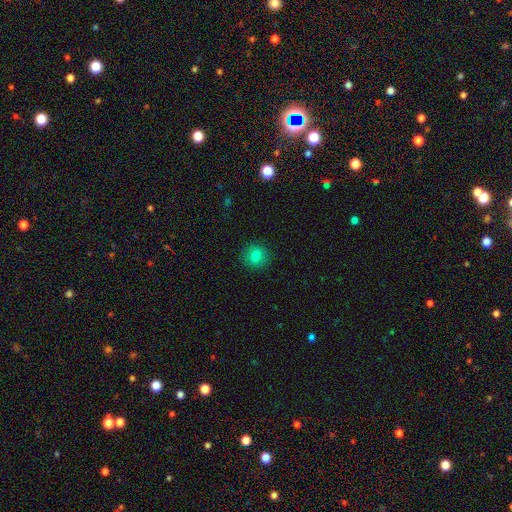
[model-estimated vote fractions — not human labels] Overall: smooth (80%). How rounded: round (90%). Merging: none (91%).